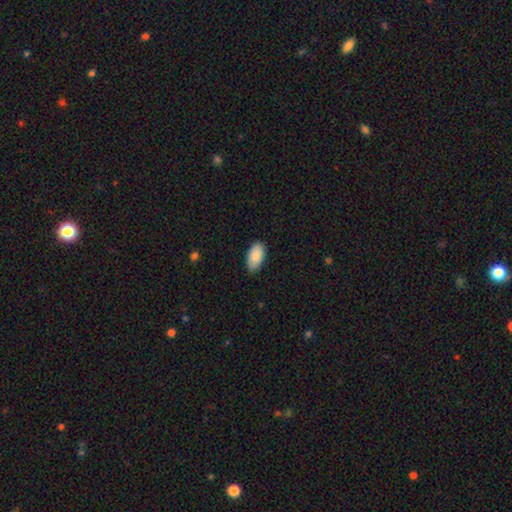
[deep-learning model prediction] Overall: smooth (88%). How rounded: in between (95%). Merging: none (84%).